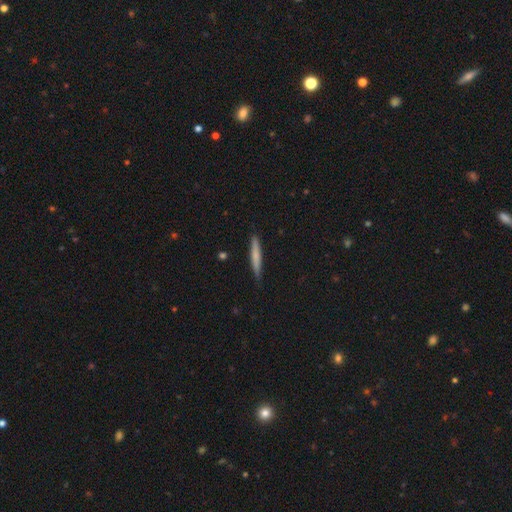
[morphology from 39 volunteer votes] Smooth or featured?
  - smooth: 72% *
  - featured or disk: 26%
  - star or artifact: 3%
How rounded?
  - cigar-shaped: 93% *
  - in between: 7%
  - round: 0%
Merging?
  - none: 89% *
  - minor disturbance: 8%
  - merger: 3%
  - major disturbance: 0%